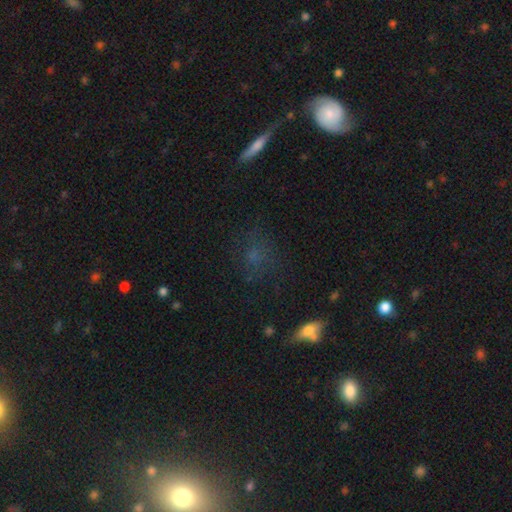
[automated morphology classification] This appears to be a smooth galaxy with no disk features (51%) that is round (60%). Merging: none (67%).